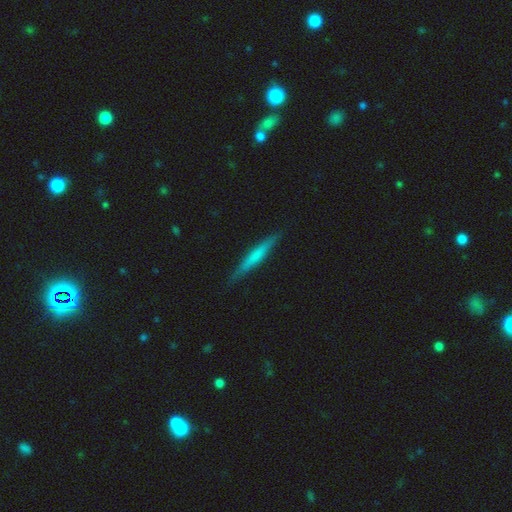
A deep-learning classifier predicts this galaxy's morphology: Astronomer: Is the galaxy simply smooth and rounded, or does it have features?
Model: smooth — 51% (runner-up: featured or disk, 43%).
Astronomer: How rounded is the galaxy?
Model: cigar-shaped — 95%.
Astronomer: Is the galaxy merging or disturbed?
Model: none — 89%.